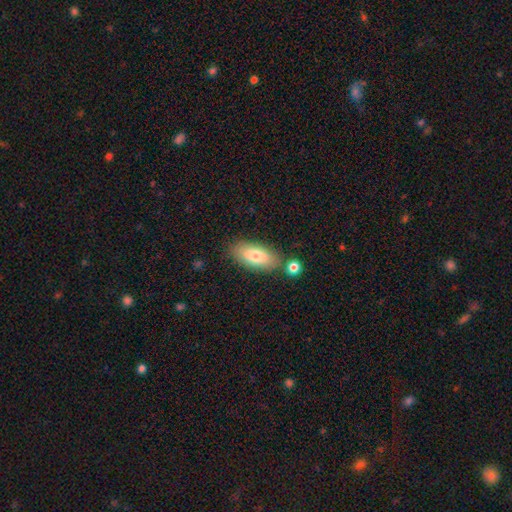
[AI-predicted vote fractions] smooth_or_featured: smooth (p=0.76) [alt: featured or disk p=0.17]
how_rounded: in between (p=0.85) [alt: cigar-shaped p=0.12]
merging: none (p=0.76) [alt: minor disturbance p=0.12]